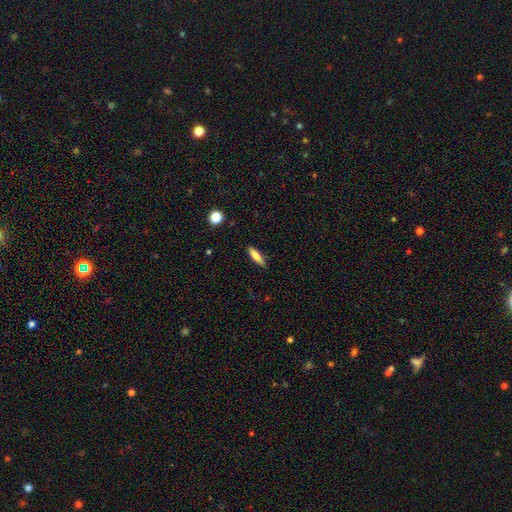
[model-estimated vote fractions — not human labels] Smooth or featured: smooth — 78% (featured or disk — 15%)
How rounded: cigar-shaped — 70% (in between — 28%)
Merging: none — 87% (minor disturbance — 10%)